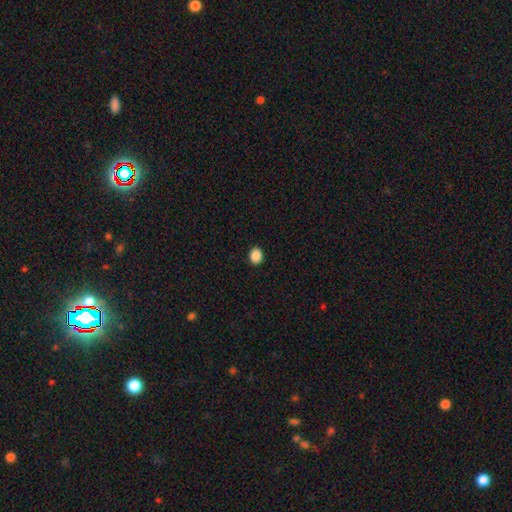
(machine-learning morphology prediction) smooth 88%, star or artifact 9%, featured or disk 3%. Down the decision tree: how rounded — round (68%); merging — none (92%).